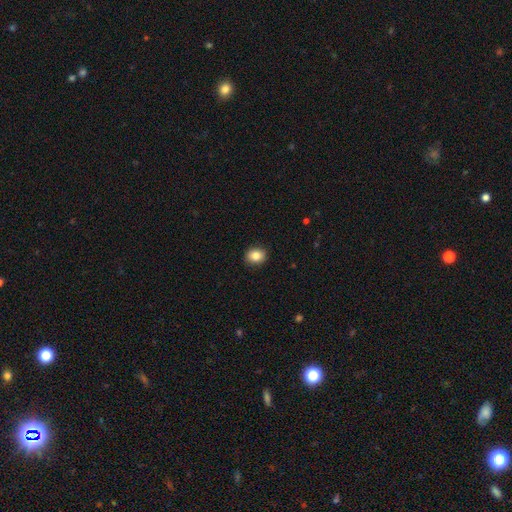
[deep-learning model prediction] Overall: smooth (85%). How rounded: round (58%; in between 41%). Merging: none (91%).